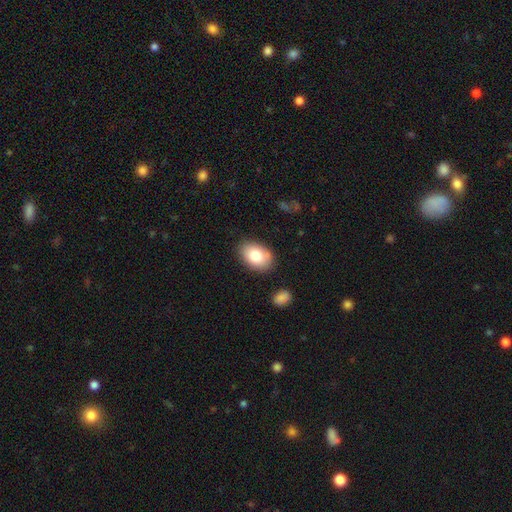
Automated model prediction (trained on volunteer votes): Smooth or featured?
  - smooth: 80% *
  - featured or disk: 12%
  - star or artifact: 7%
How rounded?
  - in between: 84% *
  - round: 15%
  - cigar-shaped: 1%
Merging?
  - none: 83% *
  - minor disturbance: 12%
  - major disturbance: 3%
  - merger: 2%